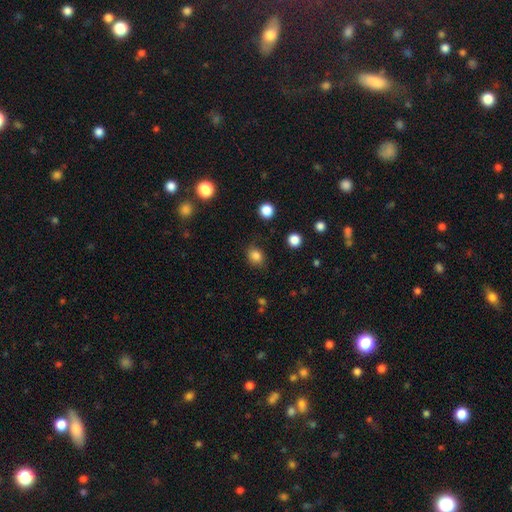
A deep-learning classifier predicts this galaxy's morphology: A smooth galaxy with no disk features (84%) that is round (58%).

Vote fractions:
- Smooth or featured? smooth: 84% / star or artifact: 12% / featured or disk: 5%
- How rounded? round: 58% / in between: 41% / cigar-shaped: 1%
- Merging? none: 80% / minor disturbance: 14% / major disturbance: 4% / merger: 2%